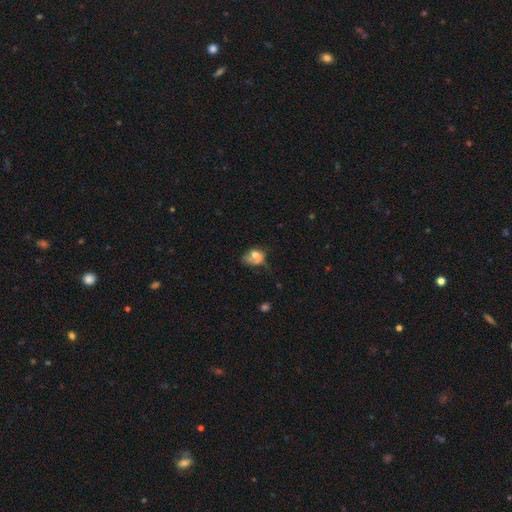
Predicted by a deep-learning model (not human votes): A smooth galaxy with no disk features (58%) that is in between round and cigar-shaped (67%).

Vote fractions:
- Smooth or featured? smooth: 58% / featured or disk: 31% / star or artifact: 12%
- How rounded? in between: 67% / round: 32% / cigar-shaped: 1%
- Merging? major disturbance: 32% / minor disturbance: 25% / none: 24% / merger: 19%